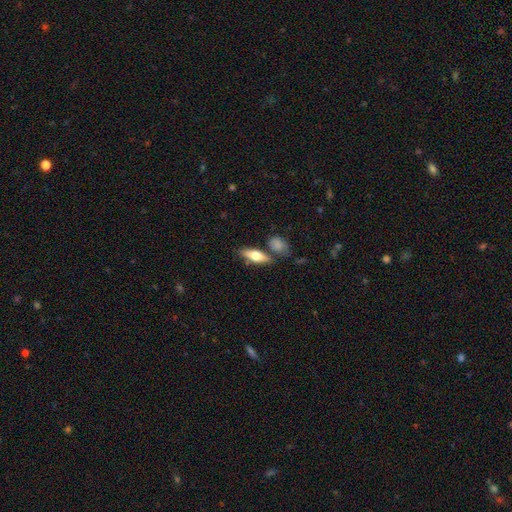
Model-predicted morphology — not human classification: Smooth or featured: smooth — 60% (featured or disk — 34%)
How rounded: in between — 55% (cigar-shaped — 42%)
Merging: none — 70% (minor disturbance — 13%)